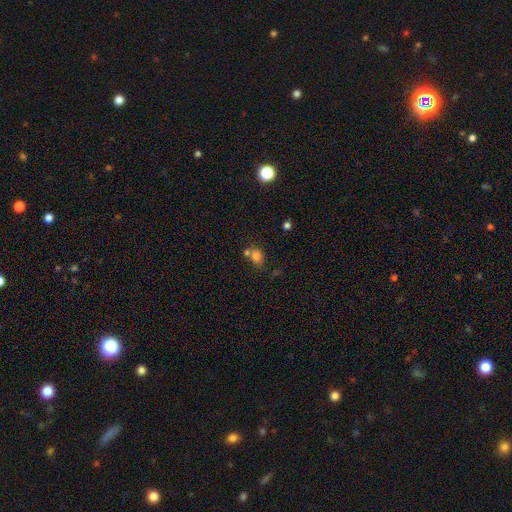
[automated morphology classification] Smooth or featured? Predicted: smooth (p=0.76). How rounded? Predicted: round (p=0.61). Merging? Predicted: none (p=0.47).